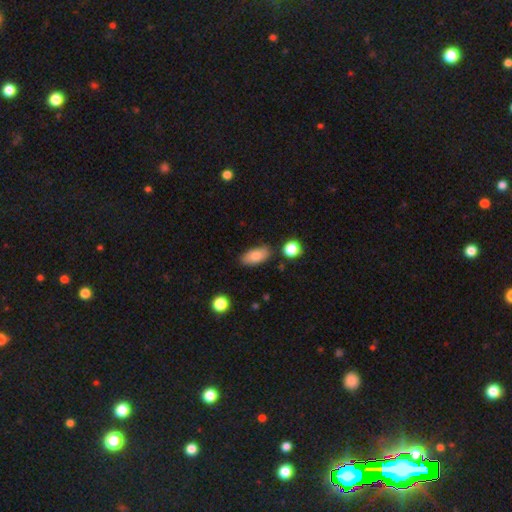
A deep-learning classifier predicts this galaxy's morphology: smooth_or_featured: smooth (p=0.80) [alt: featured or disk p=0.12]
how_rounded: in between (p=0.89) [alt: cigar-shaped p=0.07]
merging: none (p=0.81) [alt: minor disturbance p=0.13]